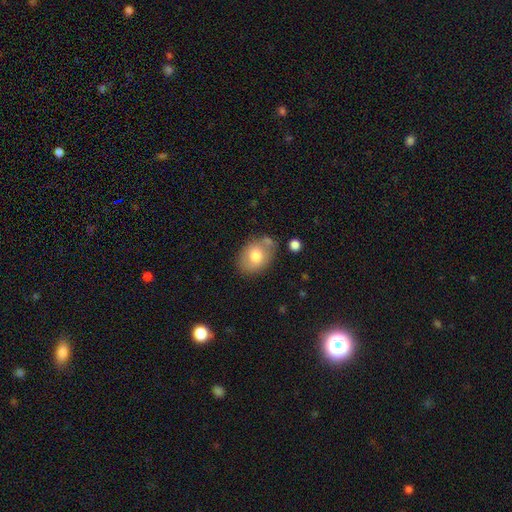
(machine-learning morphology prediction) This is likely a smooth galaxy (74%). How rounded: likely in between (68%). Merging: likely none (68%).